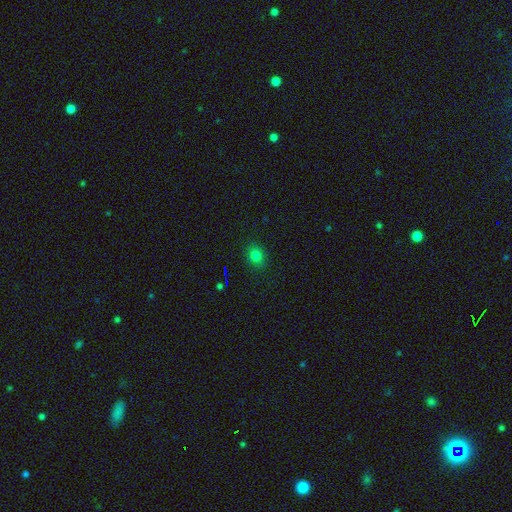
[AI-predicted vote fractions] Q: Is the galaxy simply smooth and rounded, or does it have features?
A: smooth — 77%.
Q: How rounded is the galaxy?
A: round — 66%.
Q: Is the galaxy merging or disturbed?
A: none — 87%.